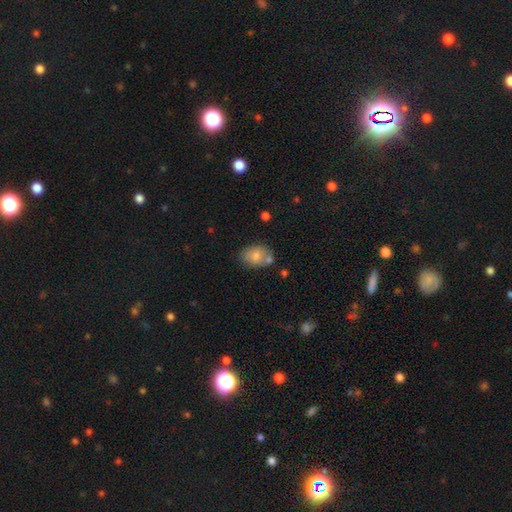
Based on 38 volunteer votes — smooth_or_featured: smooth (p=0.87) [alt: featured or disk p=0.08]
how_rounded: in between (p=0.73) [alt: round p=0.27]
merging: none (p=0.72) [alt: minor disturbance p=0.14]